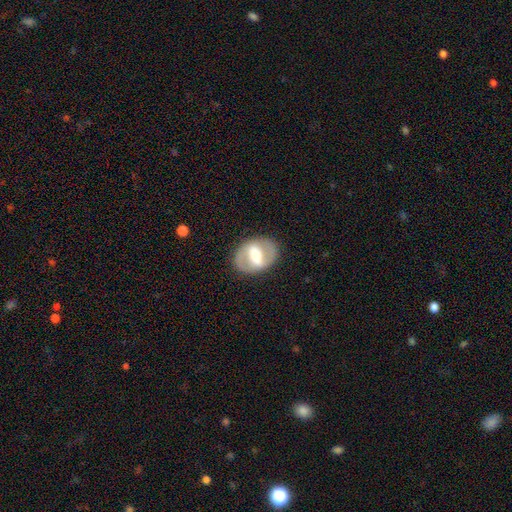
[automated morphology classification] A featured or disk galaxy (65%) with a strong bar (58%), no spiral arms (55%) and a moderate central bulge (48%).

Vote fractions:
- Smooth or featured? featured or disk: 65% / smooth: 29% / star or artifact: 6%
- Edge-on disk? no: 93% / yes: 7%
- Bar? strong: 58% / weak: 30% / no: 13%
- Spiral arms? no: 55% / yes: 45%
- Bulge size? moderate: 48% / large: 32% / small: 13% / dominant: 4% / none: 3%
- Merging? none: 84% / minor disturbance: 10% / major disturbance: 5% / merger: 1%